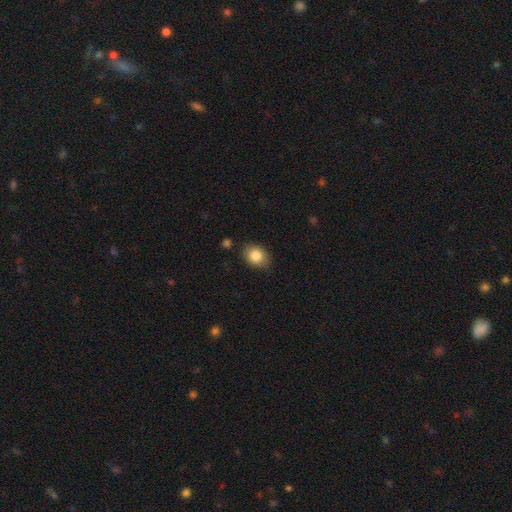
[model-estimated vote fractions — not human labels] smooth 86%, star or artifact 8%, featured or disk 7%. Down the decision tree: how rounded — in between (63%); merging — none (83%).